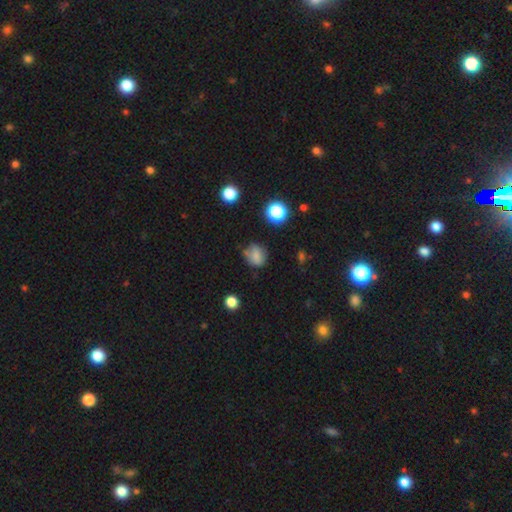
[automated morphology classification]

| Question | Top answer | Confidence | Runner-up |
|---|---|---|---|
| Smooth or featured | smooth | 74% | star or artifact (14%) |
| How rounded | round | 65% | in between (34%) |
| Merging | none | 61% | minor disturbance (26%) |